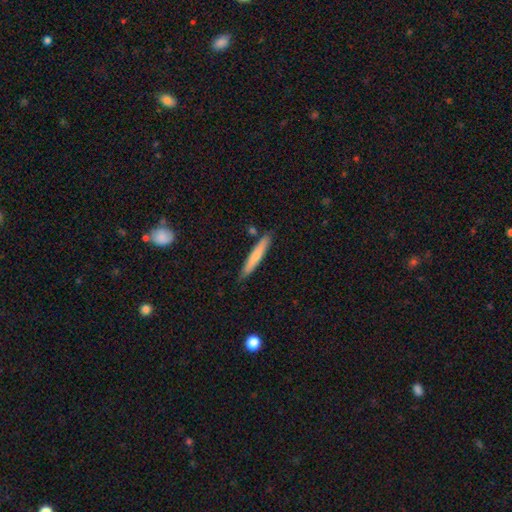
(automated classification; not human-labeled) A smooth galaxy with no disk features (66%) that is cigar-shaped (94%).

Vote fractions:
- Smooth or featured? smooth: 66% / featured or disk: 28% / star or artifact: 6%
- How rounded? cigar-shaped: 94% / in between: 5% / round: 1%
- Merging? none: 85% / minor disturbance: 11% / merger: 3% / major disturbance: 2%